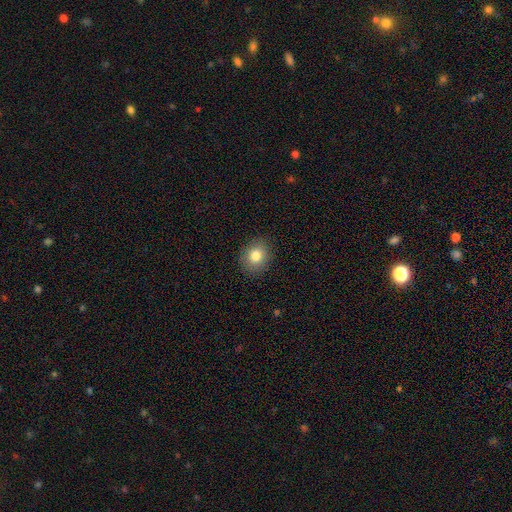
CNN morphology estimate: Smooth or featured: smooth — 82% (star or artifact — 10%)
How rounded: round — 64% (in between — 35%)
Merging: none — 88% (minor disturbance — 9%)